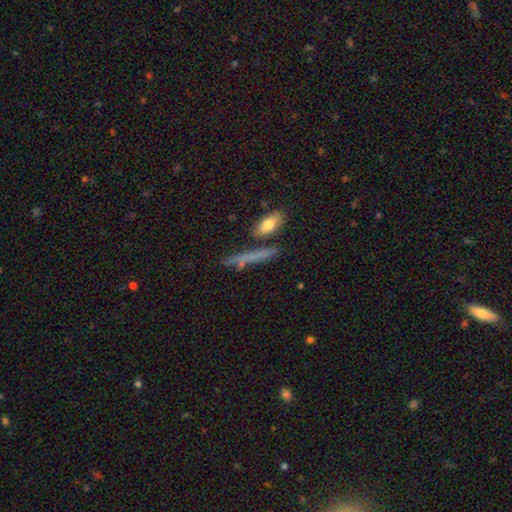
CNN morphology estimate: This is possibly a smooth galaxy (59%). How rounded: clearly cigar-shaped (86%). Merging: likely none (71%).